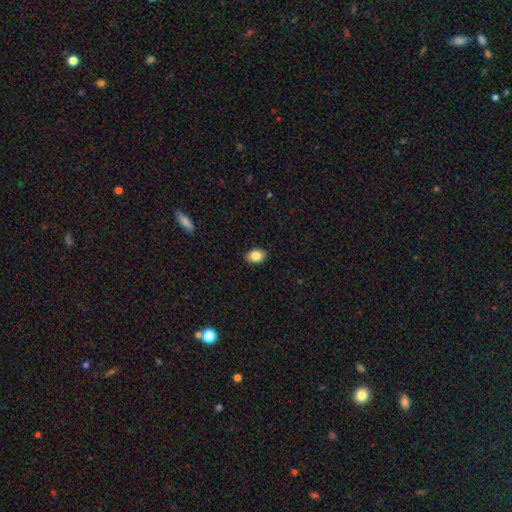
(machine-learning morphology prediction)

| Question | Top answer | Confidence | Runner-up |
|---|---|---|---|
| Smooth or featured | smooth | 85% | star or artifact (8%) |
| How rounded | in between | 81% | round (18%) |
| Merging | none | 89% | minor disturbance (8%) |